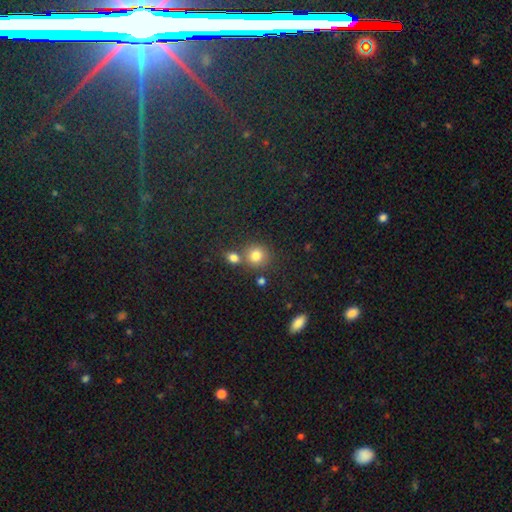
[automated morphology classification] This is likely a smooth galaxy (78%). How rounded: clearly round (88%). Merging: likely none (65%).